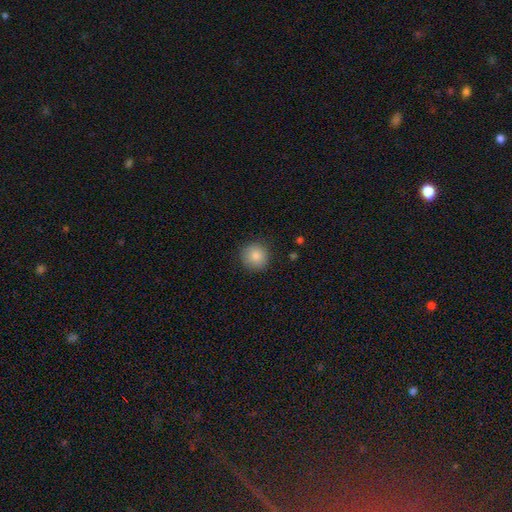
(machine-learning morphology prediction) A smooth galaxy with no disk features (85%) that is round (92%).

Vote fractions:
- Smooth or featured? smooth: 85% / star or artifact: 9% / featured or disk: 6%
- How rounded? round: 92% / in between: 7% / cigar-shaped: 1%
- Merging? none: 89% / minor disturbance: 8% / major disturbance: 2% / merger: 1%